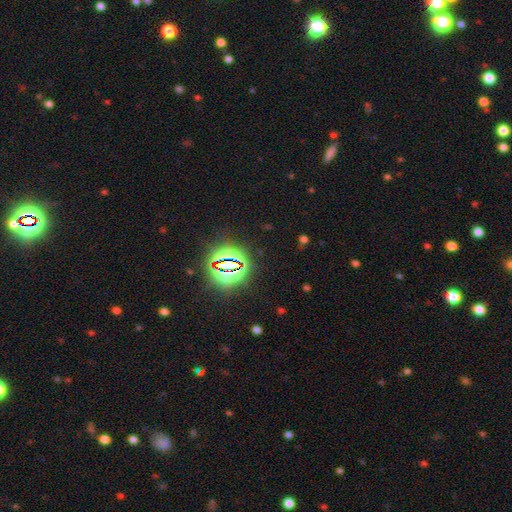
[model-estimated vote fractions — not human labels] A star or artifact, not a galaxy (81%).

Vote fractions:
- Smooth or featured? star or artifact: 81% / smooth: 12% / featured or disk: 7%